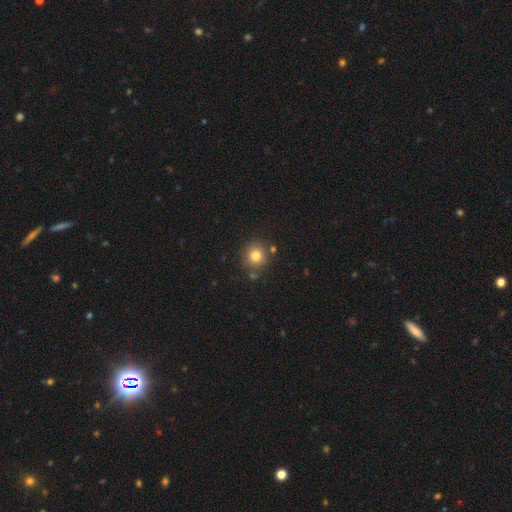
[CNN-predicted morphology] Overall: smooth (80%). How rounded: round (87%). Merging: none (80%).